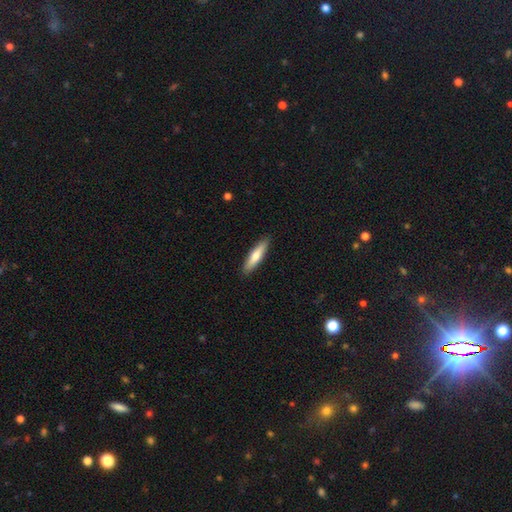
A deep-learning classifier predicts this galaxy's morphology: Smooth or featured? Predicted: smooth (p=0.66). How rounded? Predicted: cigar-shaped (p=0.80). Merging? Predicted: none (p=0.90).